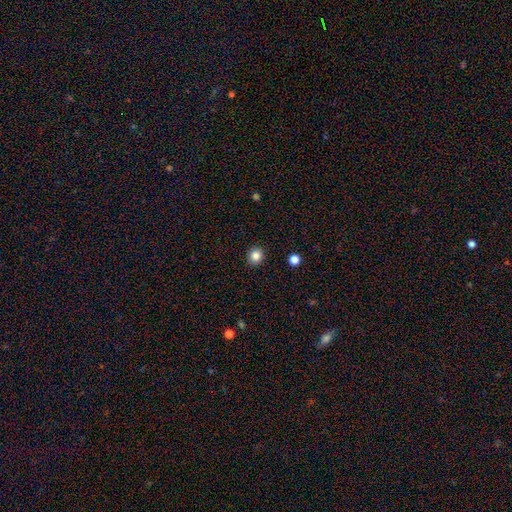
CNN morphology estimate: type=smooth (84%); roundness=round (88%); merging=none (92%).